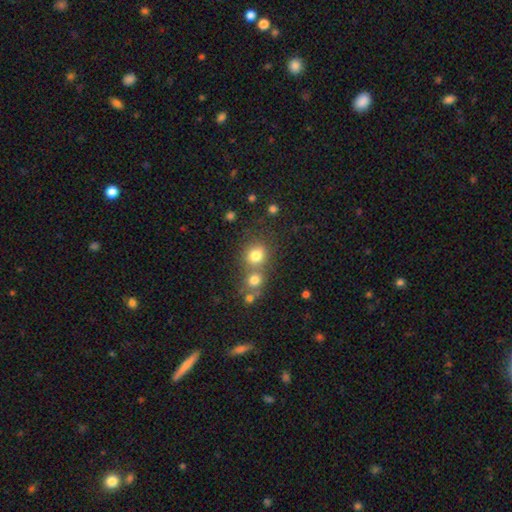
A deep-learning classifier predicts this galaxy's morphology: A smooth galaxy with no disk features (77%) that is round (80%). Merging: none (53%).